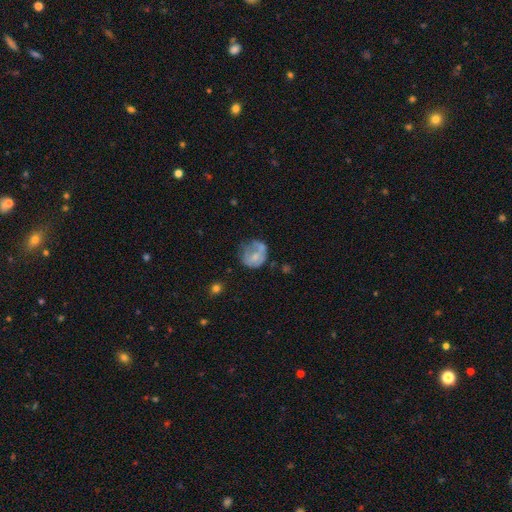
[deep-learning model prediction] The model was most divided on "smooth or featured": smooth: 50%, featured or disk: 41%, star or artifact: 9%. Remaining: how rounded — round (71%); merging — none (39%).